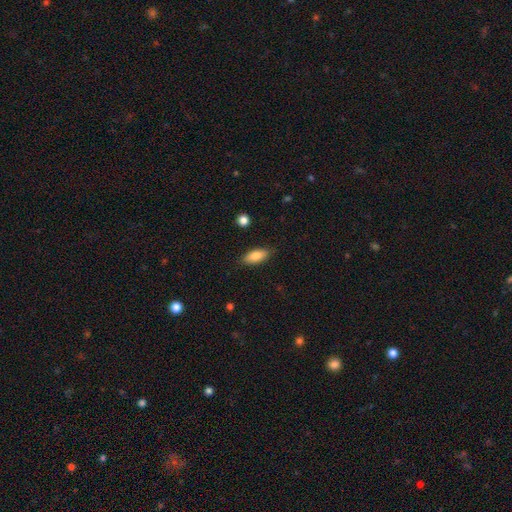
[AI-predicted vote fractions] smooth-or-featured: smooth: 84% | featured or disk: 9% | star or artifact: 7%
  how-rounded: in between: 80% | cigar-shaped: 17% | round: 2%
  merging: none: 85% | minor disturbance: 11% | major disturbance: 2% | merger: 1%